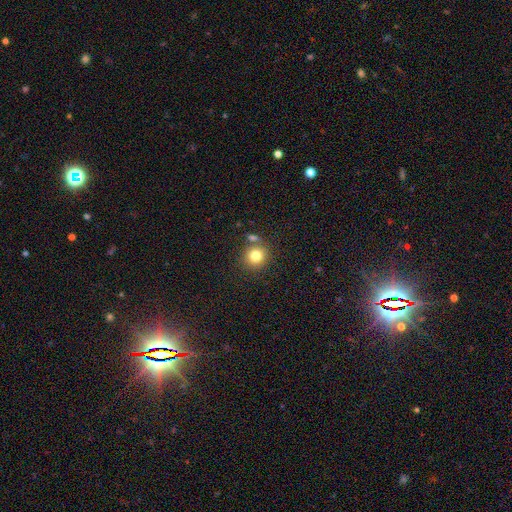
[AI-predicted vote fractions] Q: Smooth or featured?
A: smooth (81%); runner-up: star or artifact (11%)
Q: How rounded?
A: round (89%); runner-up: in between (10%)
Q: Merging?
A: none (73%); runner-up: merger (15%)